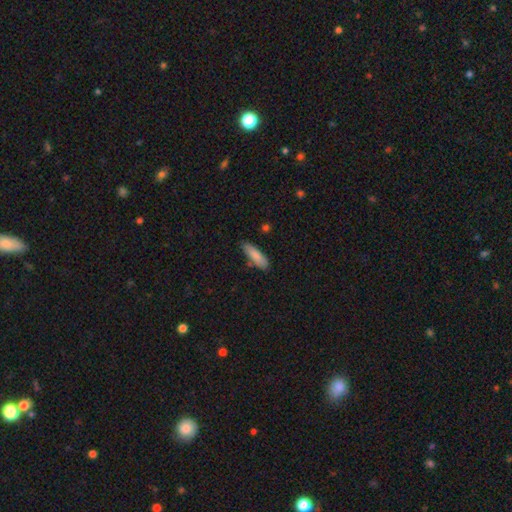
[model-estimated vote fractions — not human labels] This is clearly a smooth galaxy (85%). How rounded: possibly cigar-shaped (52%). Merging: likely none (78%).